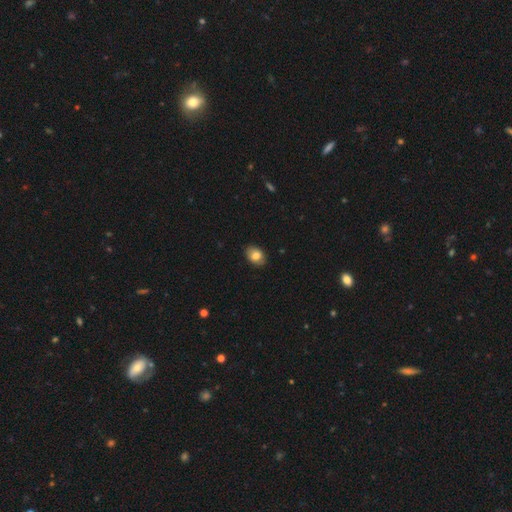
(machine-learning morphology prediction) This is clearly a smooth galaxy (82%). How rounded: likely in between (72%). Merging: clearly none (86%).